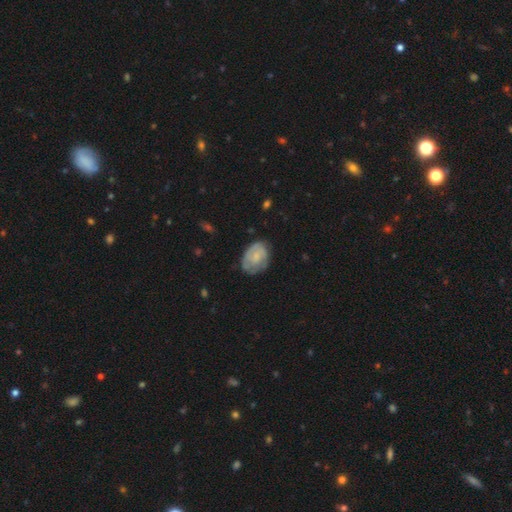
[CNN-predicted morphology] Smooth or featured? featured or disk (53%)
Edge-on disk? no (97%)
Bar? no (69%)
Spiral arms? yes (71%)
Bulge size? small (40%)
Merging? none (64%)